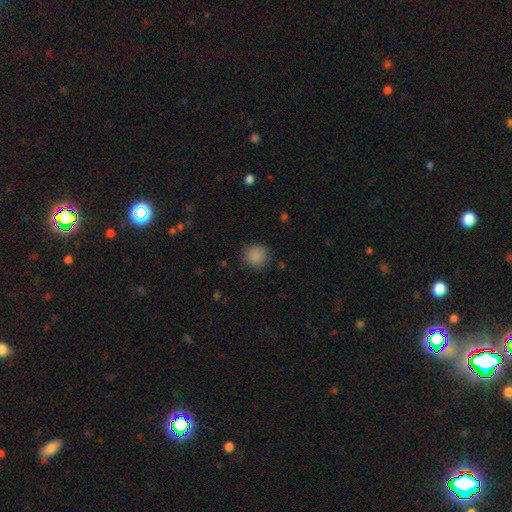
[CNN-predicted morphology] Overall: smooth (87%). How rounded: round (92%). Merging: none (86%).